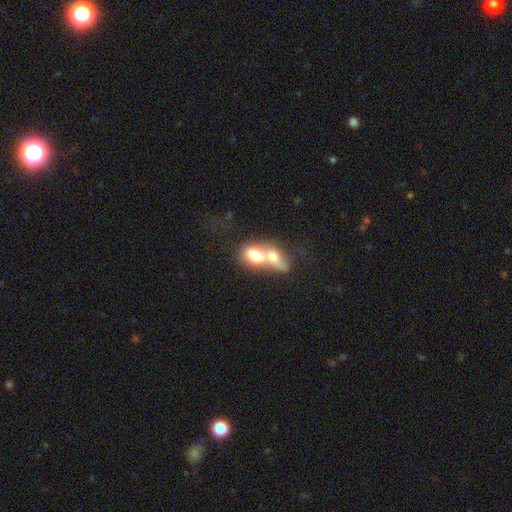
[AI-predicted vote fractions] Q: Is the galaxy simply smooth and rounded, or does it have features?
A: smooth — 67%.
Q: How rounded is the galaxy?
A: in between — 73%.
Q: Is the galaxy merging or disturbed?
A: merger — 80%.